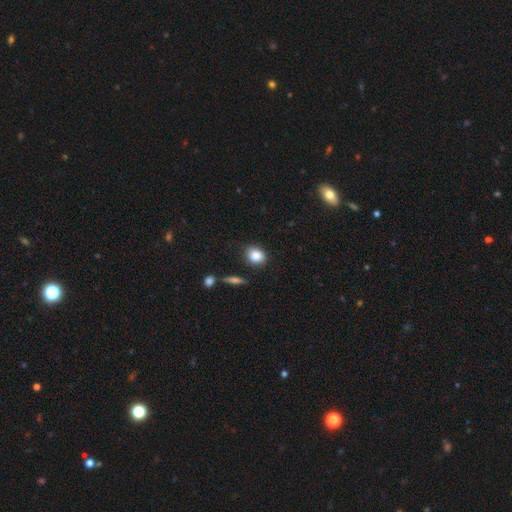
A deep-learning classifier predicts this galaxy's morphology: This appears to be a smooth galaxy with no disk features (85%) that is in between round and cigar-shaped (55%). Merging: none (78%).